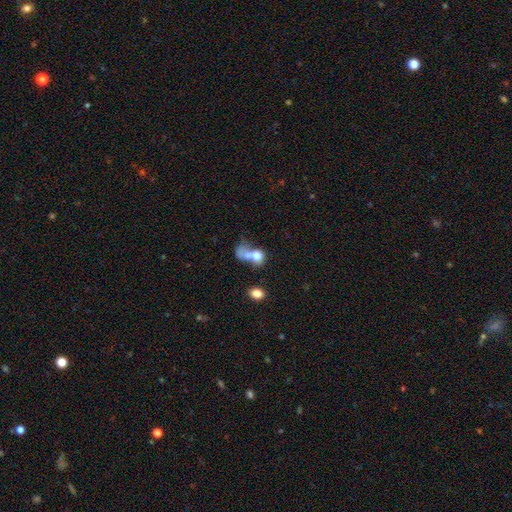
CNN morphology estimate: This is likely a smooth galaxy (66%). How rounded: possibly in between (53%). Merging: possibly merger (60%).